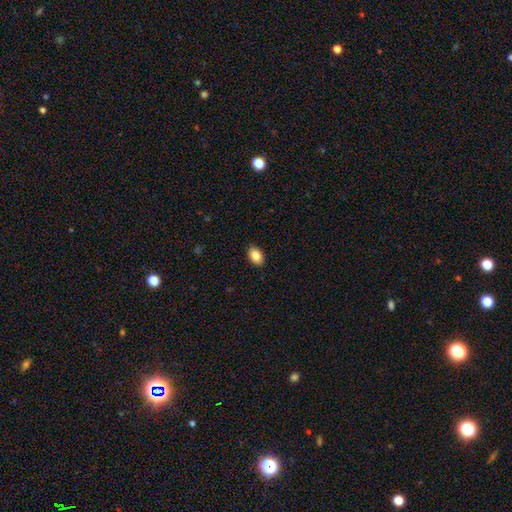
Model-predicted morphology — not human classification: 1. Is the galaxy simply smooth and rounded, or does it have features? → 86% smooth, 8% star or artifact, 6% featured or disk.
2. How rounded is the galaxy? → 88% in between, 11% round, 1% cigar-shaped.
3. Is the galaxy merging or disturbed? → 90% none, 7% minor disturbance, 2% major disturbance, 1% merger.